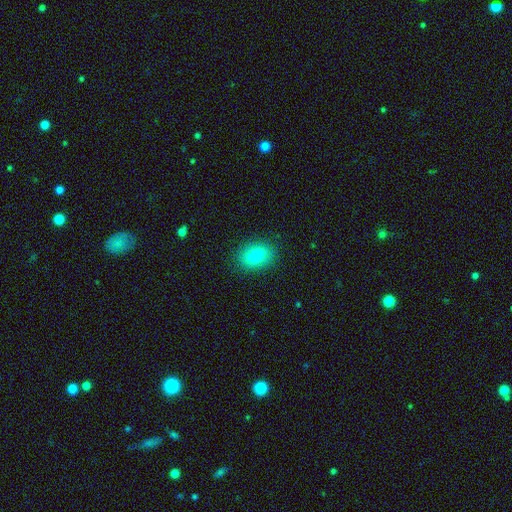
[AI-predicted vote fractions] smooth-or-featured: smooth: 75% | featured or disk: 16% | star or artifact: 9%
  how-rounded: in between: 77% | round: 20% | cigar-shaped: 2%
  merging: none: 87% | minor disturbance: 9% | major disturbance: 3% | merger: 1%